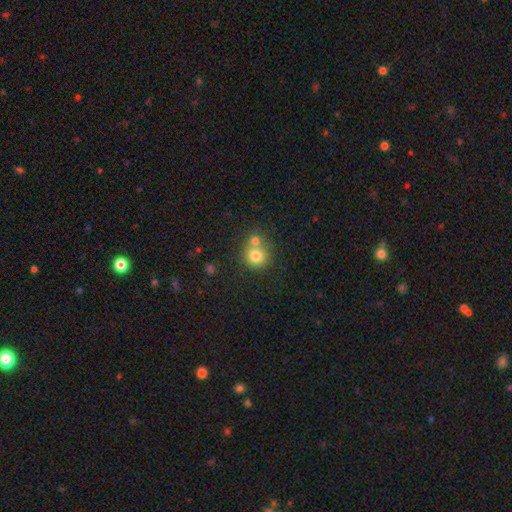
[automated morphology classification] smooth 77%, featured or disk 12%, star or artifact 11%. Down the decision tree: how rounded — round (88%); merging — none (47%).